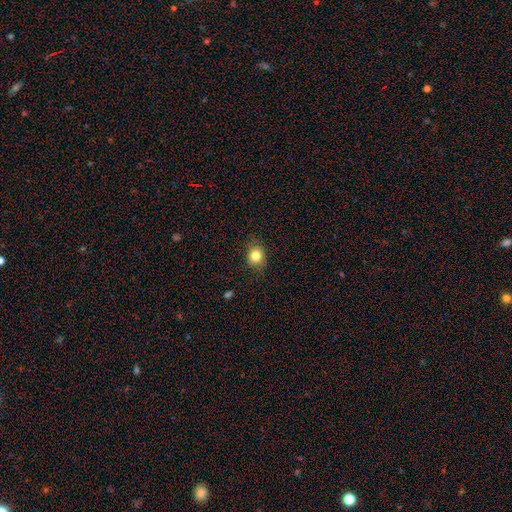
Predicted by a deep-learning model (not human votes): Smooth or featured?
  - smooth: 82% *
  - star or artifact: 11%
  - featured or disk: 7%
How rounded?
  - round: 66% *
  - in between: 33%
  - cigar-shaped: 1%
Merging?
  - none: 80% *
  - minor disturbance: 15%
  - major disturbance: 4%
  - merger: 1%